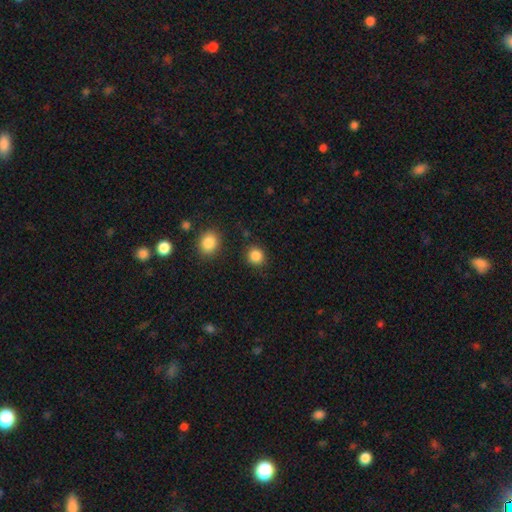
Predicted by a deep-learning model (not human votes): smooth 86%, star or artifact 10%, featured or disk 3%. Down the decision tree: how rounded — round (87%); merging — none (87%).